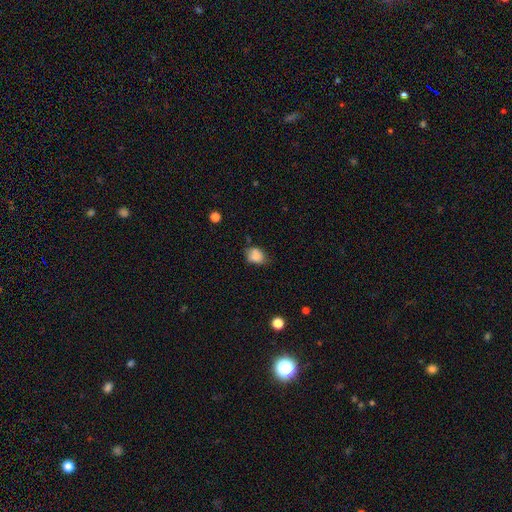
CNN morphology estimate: The model was most divided on "how rounded": in between: 58%, round: 41%, cigar-shaped: 1%. More confident: smooth or featured — smooth (80%); merging — none (54%).